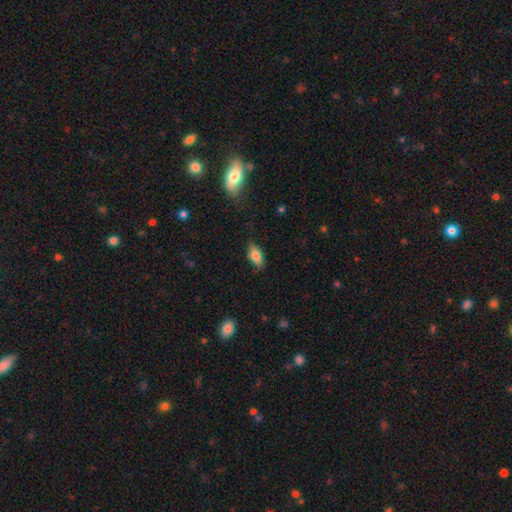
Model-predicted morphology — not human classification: Smooth or featured? smooth (77%)
How rounded? in between (88%)
Merging? none (77%)